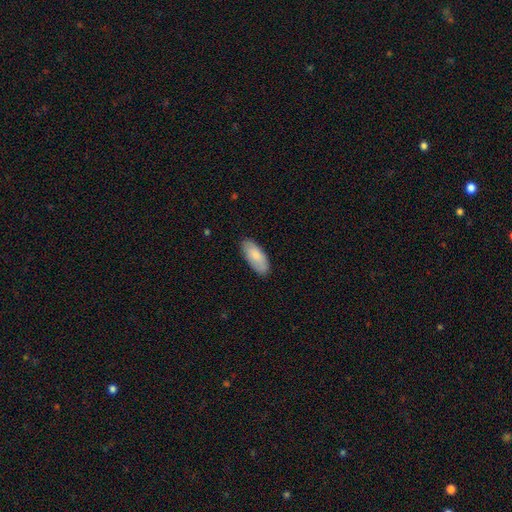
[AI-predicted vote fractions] This appears to be a smooth galaxy with no disk features (83%) that is in between round and cigar-shaped (87%). Merging: none (85%).